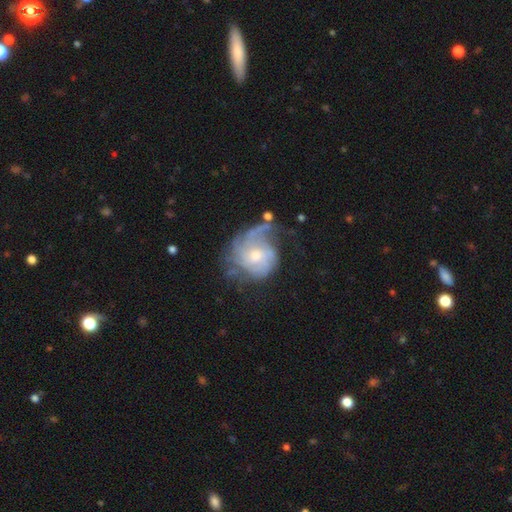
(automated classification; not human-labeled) Morphology: type=featured or disk (76%); edge-on=no (98%); bar=no (73%); spiral arms=yes (87%); winding=tight (46%); arm count=can't tell (40%); bulge=moderate (49%); merging=none (45%).